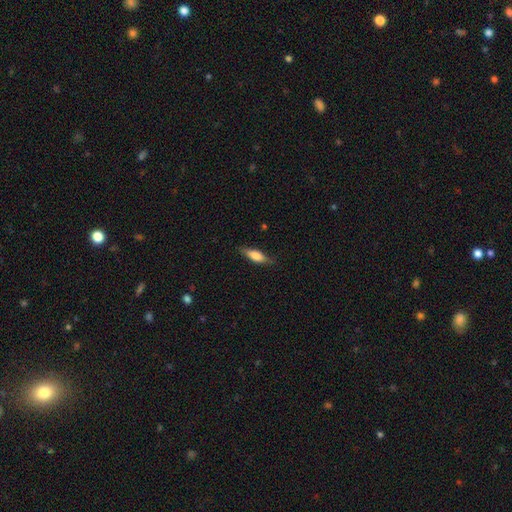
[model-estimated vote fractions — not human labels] This appears to be a smooth galaxy with no disk features (69%) that is in between round and cigar-shaped (55%). Merging: none (77%).